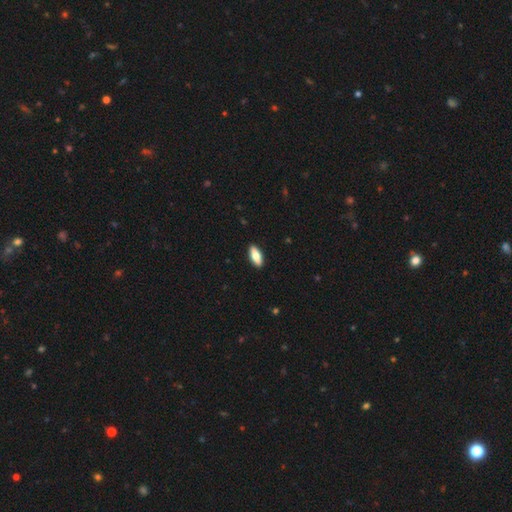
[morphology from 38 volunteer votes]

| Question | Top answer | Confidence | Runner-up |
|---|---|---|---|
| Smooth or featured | smooth | 61% | featured or disk (32%) |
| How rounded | in between | 57% | cigar-shaped (43%) |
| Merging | none | 89% | minor disturbance (9%) |